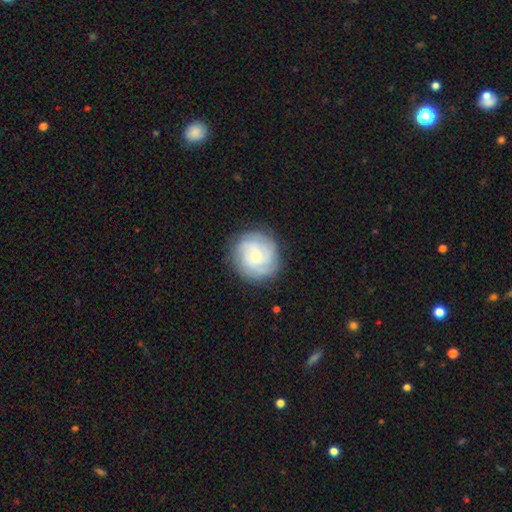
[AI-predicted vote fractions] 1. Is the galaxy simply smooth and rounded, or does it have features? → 68% featured or disk, 25% smooth, 7% star or artifact.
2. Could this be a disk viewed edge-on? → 98% no, 2% yes.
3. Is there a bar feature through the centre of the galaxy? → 75% no, 21% weak, 3% strong.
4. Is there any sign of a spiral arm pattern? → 92% yes, 8% no.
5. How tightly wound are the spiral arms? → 71% tight, 23% medium, 6% loose.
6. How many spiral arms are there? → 37% can't tell, 21% 3, 15% 4, 14% 2, 6% more than 4, 6% 1.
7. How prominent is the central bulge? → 66% small, 29% moderate, 2% large, 2% none, 1% dominant.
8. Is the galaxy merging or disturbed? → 83% none, 12% minor disturbance, 4% major disturbance, 1% merger.